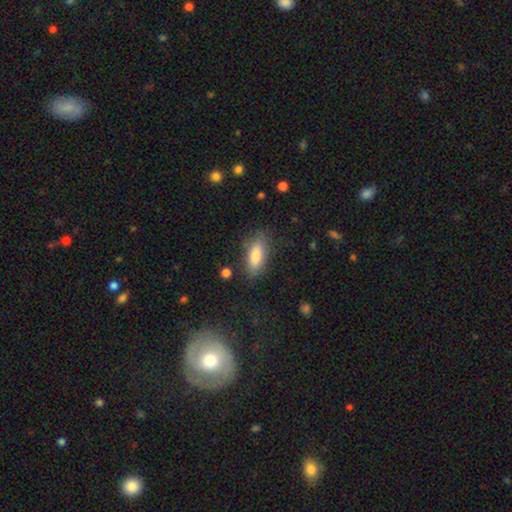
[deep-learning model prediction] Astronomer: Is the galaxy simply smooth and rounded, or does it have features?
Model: smooth — 80%.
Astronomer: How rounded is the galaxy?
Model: in between — 74%.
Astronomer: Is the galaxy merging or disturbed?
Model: none — 80%.